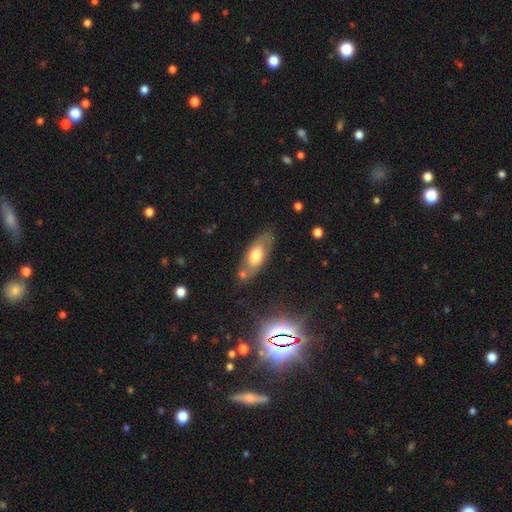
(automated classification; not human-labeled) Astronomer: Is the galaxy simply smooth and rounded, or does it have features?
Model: smooth — 54% (runner-up: featured or disk, 39%).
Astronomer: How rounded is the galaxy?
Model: in between — 80%.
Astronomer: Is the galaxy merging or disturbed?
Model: none — 69%.